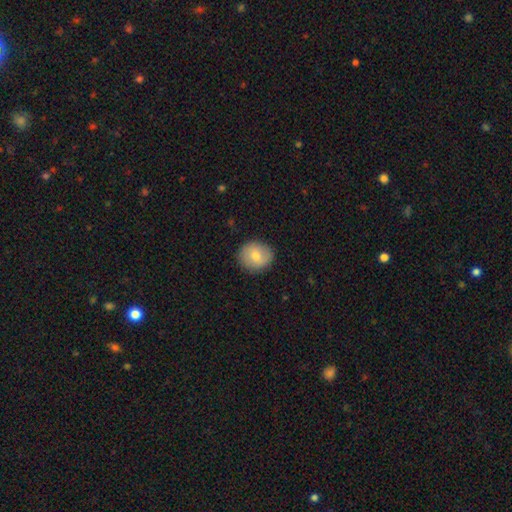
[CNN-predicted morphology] Smooth or featured? smooth (72%)
How rounded? round (79%)
Merging? none (88%)